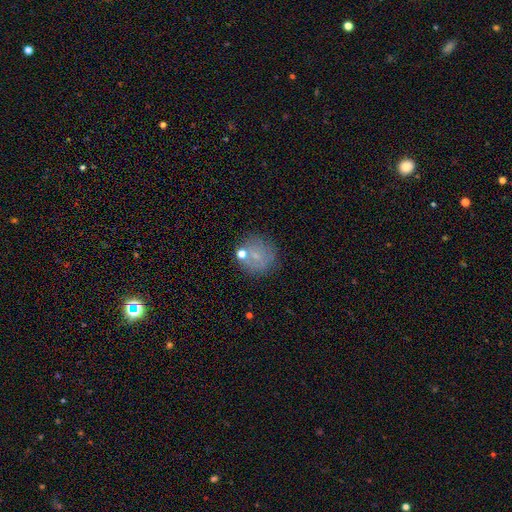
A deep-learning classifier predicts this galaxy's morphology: type=smooth (61%); roundness=round (90%); merging=none (73%).